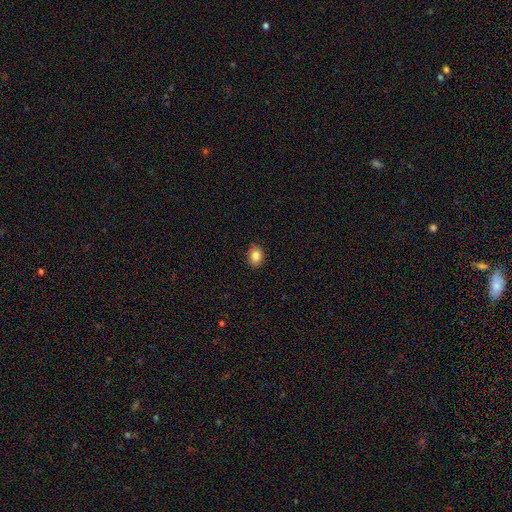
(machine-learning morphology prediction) smooth-or-featured: smooth: 85% | star or artifact: 9% | featured or disk: 6%
  how-rounded: in between: 55% | round: 44% | cigar-shaped: 1%
  merging: none: 87% | minor disturbance: 11% | major disturbance: 2% | merger: 1%